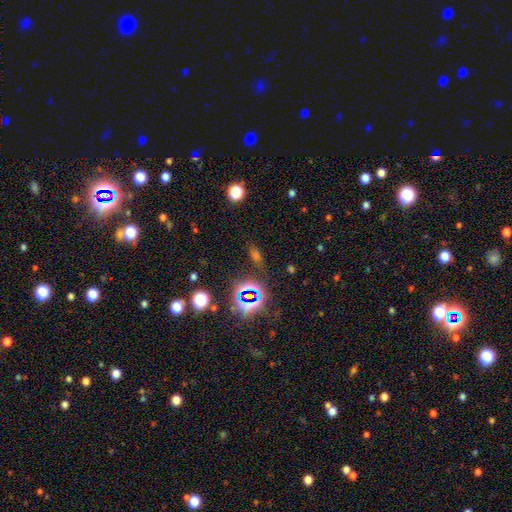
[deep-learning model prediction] Smooth or featured? star or artifact (55%)